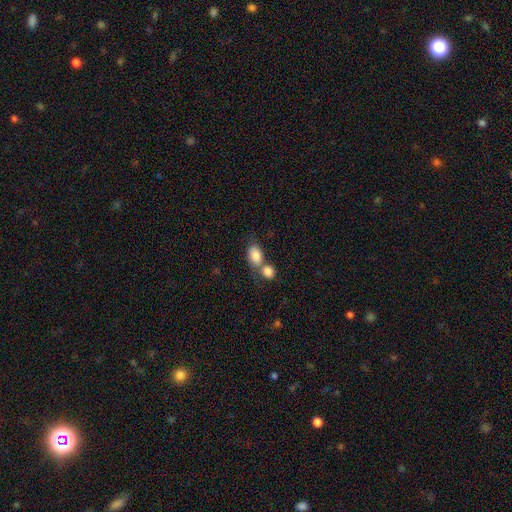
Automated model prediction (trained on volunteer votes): smooth 83%, featured or disk 9%, star or artifact 8%. Down the decision tree: how rounded — in between (75%); merging — merger (53%).